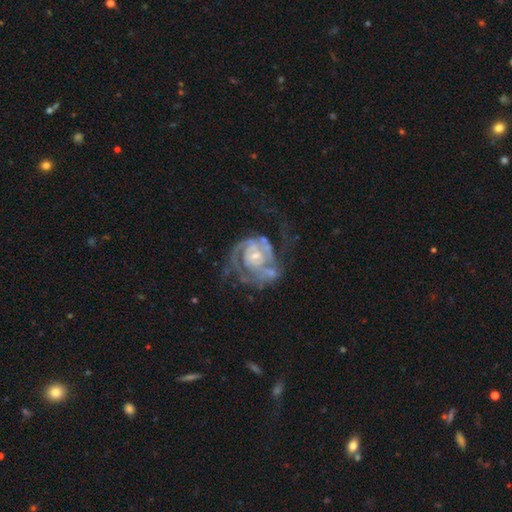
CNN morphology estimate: A featured or disk galaxy (88%) with no bar (60%), 2 (43%) tight (63%) spiral arms (93%) and a small central bulge (61%). Merging: none (36%).